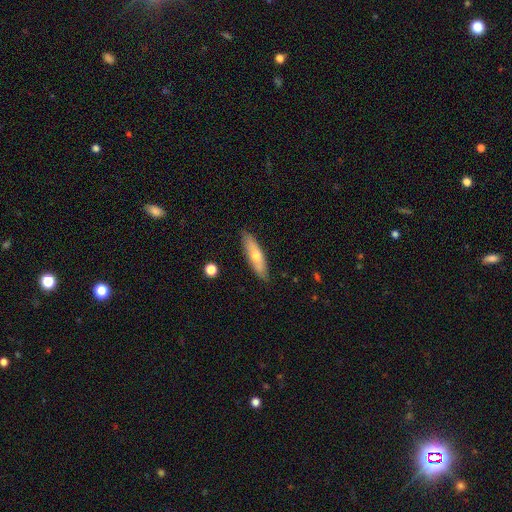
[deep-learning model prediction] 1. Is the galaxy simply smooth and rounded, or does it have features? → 56% smooth, 38% featured or disk, 6% star or artifact.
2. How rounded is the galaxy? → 58% cigar-shaped, 40% in between, 2% round.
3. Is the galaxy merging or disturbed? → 85% none, 11% minor disturbance, 2% major disturbance, 1% merger.